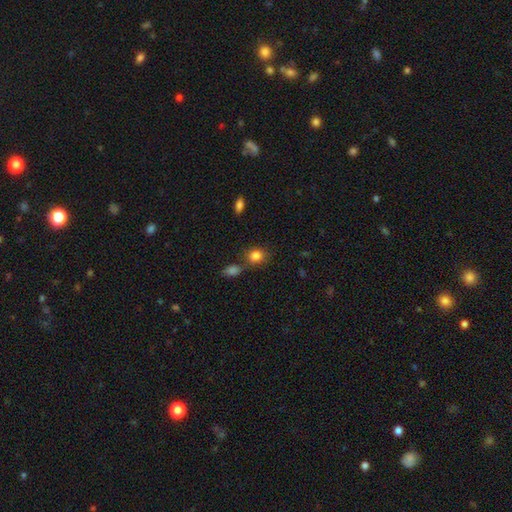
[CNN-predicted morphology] Q: Smooth or featured?
A: smooth (84%); runner-up: star or artifact (10%)
Q: How rounded?
A: round (64%); runner-up: in between (35%)
Q: Merging?
A: none (68%); runner-up: merger (15%)